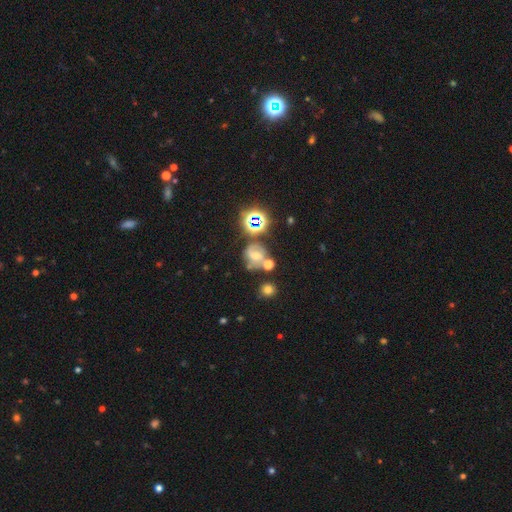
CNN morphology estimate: This is possibly a featured or disk galaxy (45%). Merging: possibly none (52%).